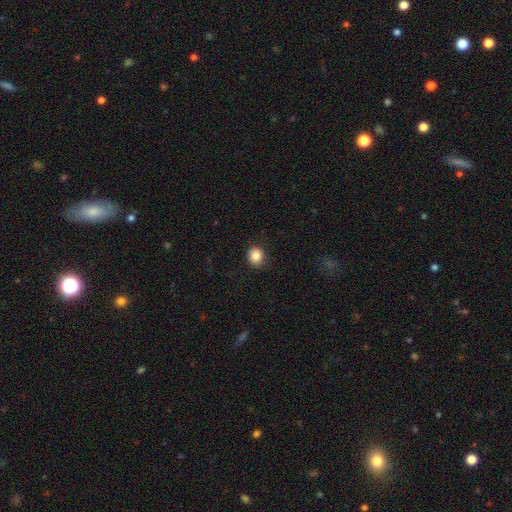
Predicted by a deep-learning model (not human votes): A smooth galaxy with no disk features (86%) that is round (79%).

Vote fractions:
- Smooth or featured? smooth: 86% / star or artifact: 10% / featured or disk: 4%
- How rounded? round: 79% / in between: 20% / cigar-shaped: 1%
- Merging? none: 88% / minor disturbance: 8% / major disturbance: 2% / merger: 1%